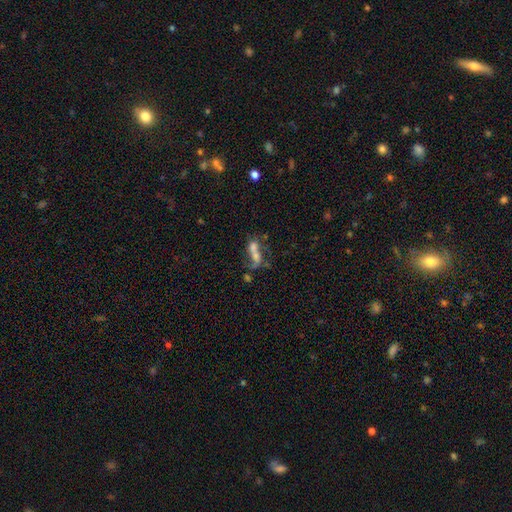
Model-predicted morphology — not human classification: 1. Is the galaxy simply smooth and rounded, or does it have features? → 43% smooth, 41% featured or disk, 17% star or artifact.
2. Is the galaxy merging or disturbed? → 44% merger, 26% none, 18% major disturbance, 12% minor disturbance.